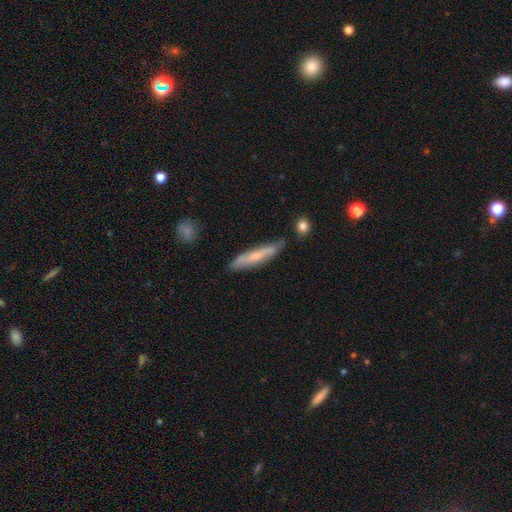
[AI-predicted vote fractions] This appears to be a smooth galaxy with no disk features (57%) that is cigar-shaped (90%). Merging: none (78%).